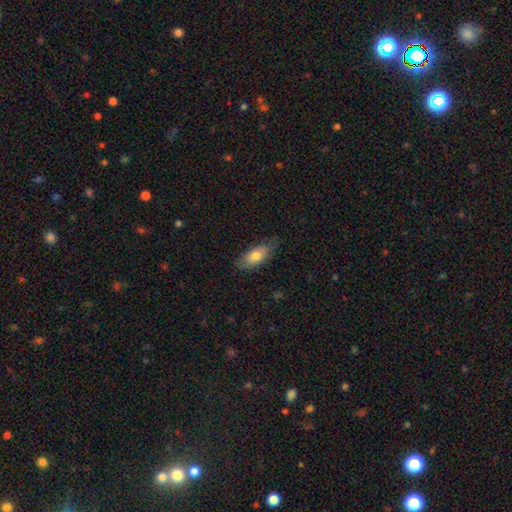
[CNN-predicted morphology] smooth 74%, featured or disk 19%, star or artifact 6%. Down the decision tree: how rounded — in between (84%); merging — none (72%).